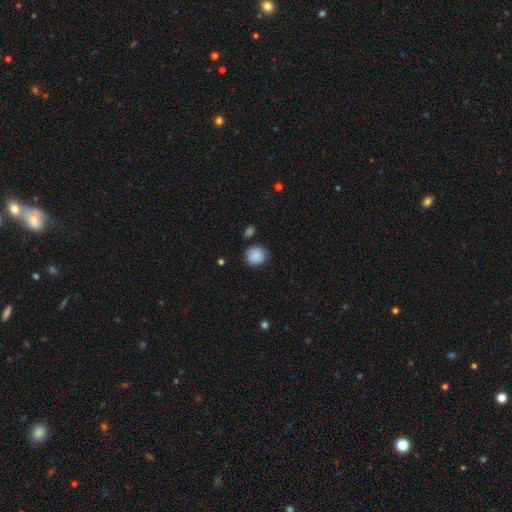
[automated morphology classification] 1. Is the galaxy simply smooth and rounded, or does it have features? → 86% smooth, 8% star or artifact, 6% featured or disk.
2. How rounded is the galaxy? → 86% round, 13% in between, 1% cigar-shaped.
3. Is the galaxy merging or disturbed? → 75% none, 18% minor disturbance, 4% merger, 4% major disturbance.